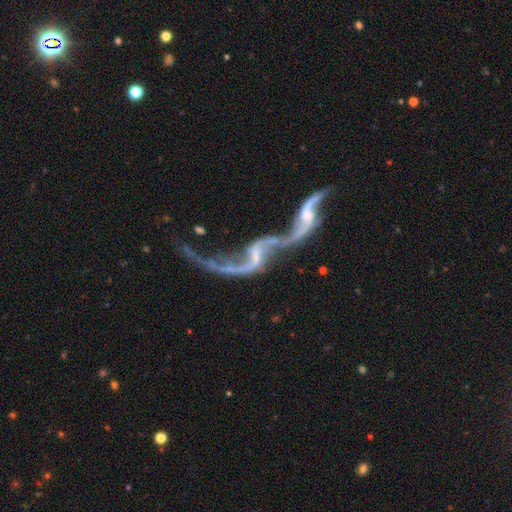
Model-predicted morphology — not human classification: Smooth or featured?
  - featured or disk: 84% *
  - smooth: 8%
  - star or artifact: 8%
Edge-on disk?
  - no: 93% *
  - yes: 7%
Bar?
  - no: 40% *
  - weak: 38%
  - strong: 22%
Spiral arms?
  - yes: 81% *
  - no: 19%
Spiral winding?
  - loose: 94% *
  - medium: 4%
  - tight: 2%
Spiral arm count?
  - 2: 80% *
  - 1: 11%
  - can't tell: 4%
  - 3: 2%
  - 4: 1%
  - more than 4: 1%
Bulge size?
  - none: 44% *
  - small: 35%
  - moderate: 17%
  - large: 3%
  - dominant: 2%
Merging?
  - merger: 71% *
  - major disturbance: 14%
  - none: 10%
  - minor disturbance: 5%